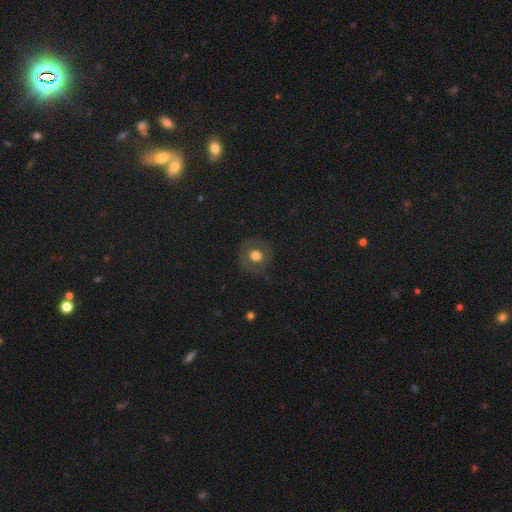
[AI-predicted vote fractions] smooth 57%, featured or disk 33%, star or artifact 10%. Down the decision tree: how rounded — round (86%); merging — none (82%).